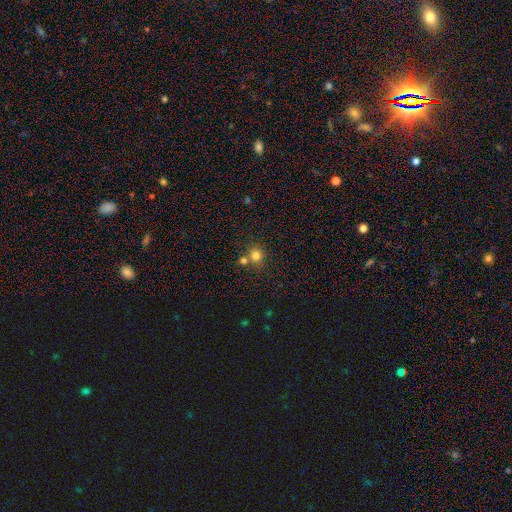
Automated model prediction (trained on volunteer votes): Q: Smooth or featured?
A: smooth (79%); runner-up: star or artifact (14%)
Q: How rounded?
A: round (88%); runner-up: in between (11%)
Q: Merging?
A: none (65%); runner-up: merger (24%)